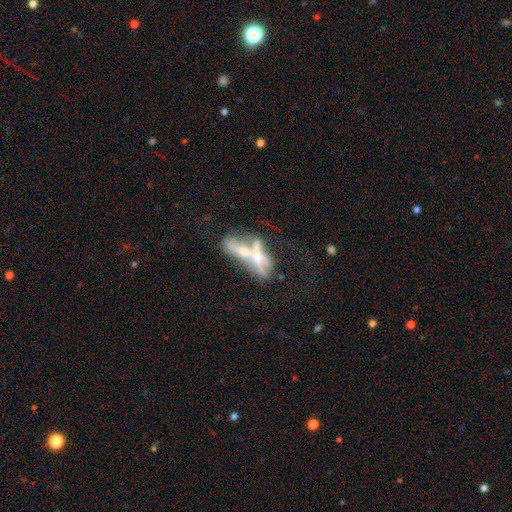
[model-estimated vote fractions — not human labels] Morphology: type=featured or disk (53%); edge-on=no (58%); merging=merger (63%).